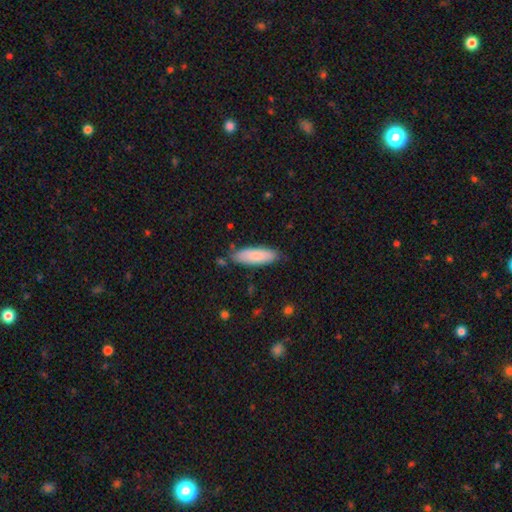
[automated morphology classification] smooth_or_featured: smooth (p=0.83) [alt: featured or disk p=0.11]
how_rounded: in between (p=0.56) [alt: cigar-shaped p=0.42]
merging: none (p=0.79) [alt: minor disturbance p=0.16]